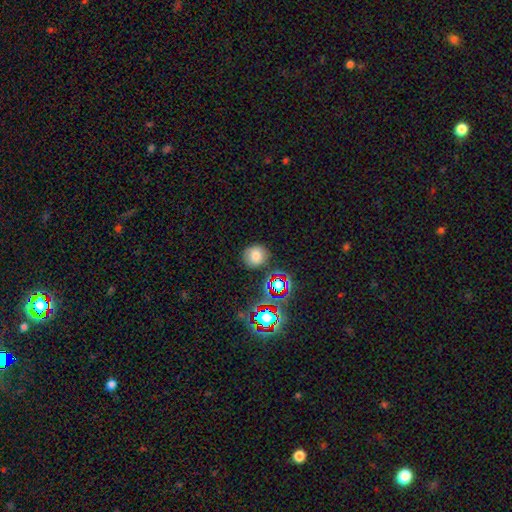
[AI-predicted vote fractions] Smooth or featured?
  - smooth: 74% *
  - star or artifact: 17%
  - featured or disk: 9%
How rounded?
  - round: 85% *
  - in between: 14%
  - cigar-shaped: 1%
Merging?
  - none: 83% *
  - minor disturbance: 11%
  - major disturbance: 3%
  - merger: 3%